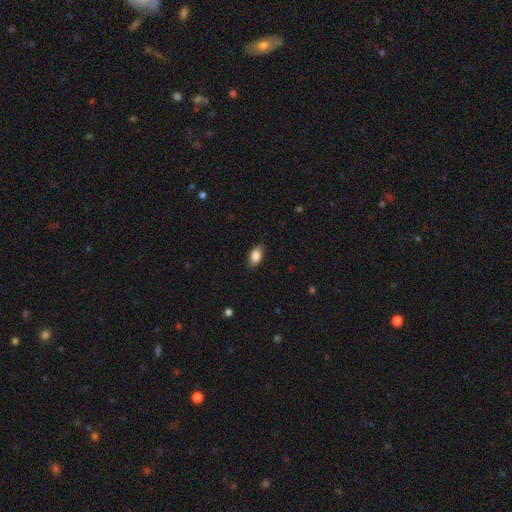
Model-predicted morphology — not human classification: The model was most divided on "merging": none: 83%, minor disturbance: 13%, major disturbance: 3%, merger: 1%. More confident: how rounded — in between (89%); smooth or featured — smooth (86%).